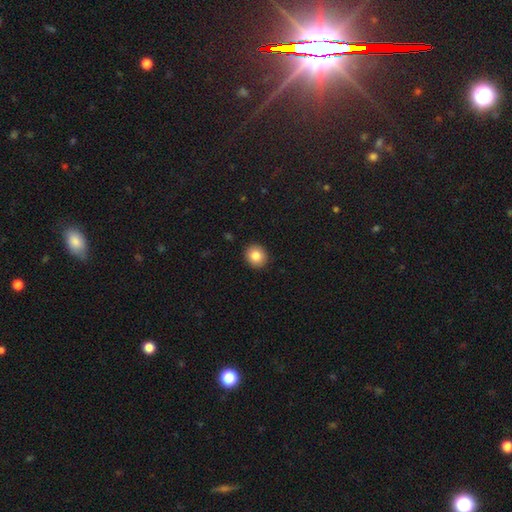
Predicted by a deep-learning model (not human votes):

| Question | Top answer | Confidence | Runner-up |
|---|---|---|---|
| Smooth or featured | smooth | 84% | star or artifact (9%) |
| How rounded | round | 82% | in between (17%) |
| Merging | none | 92% | minor disturbance (6%) |